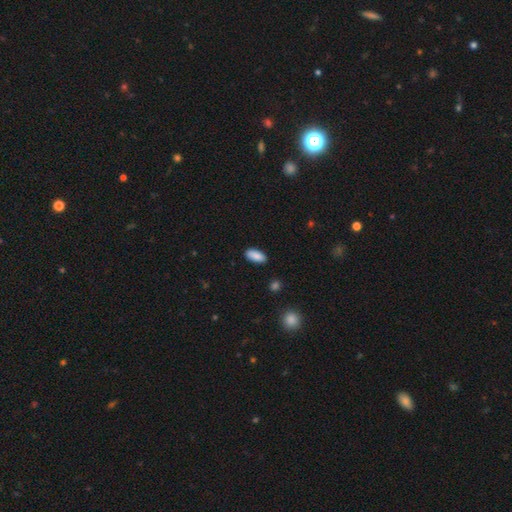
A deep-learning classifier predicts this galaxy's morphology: Smooth or featured: smooth — 88% (star or artifact — 7%)
How rounded: in between — 89% (cigar-shaped — 9%)
Merging: none — 87% (minor disturbance — 10%)